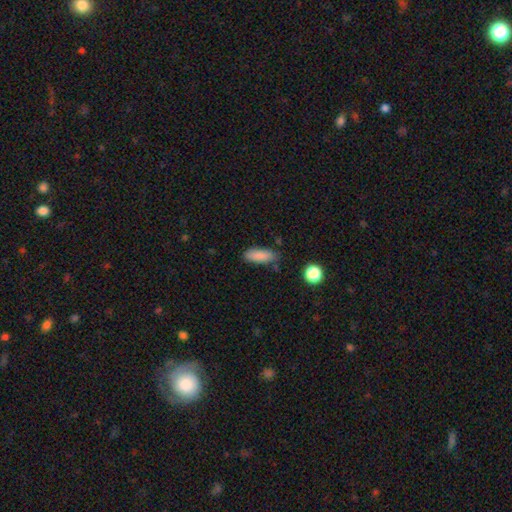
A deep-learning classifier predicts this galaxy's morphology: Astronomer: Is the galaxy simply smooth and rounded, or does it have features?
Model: smooth — 85%.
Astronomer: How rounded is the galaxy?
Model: in between — 64%.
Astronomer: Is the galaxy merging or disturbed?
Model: none — 79%.